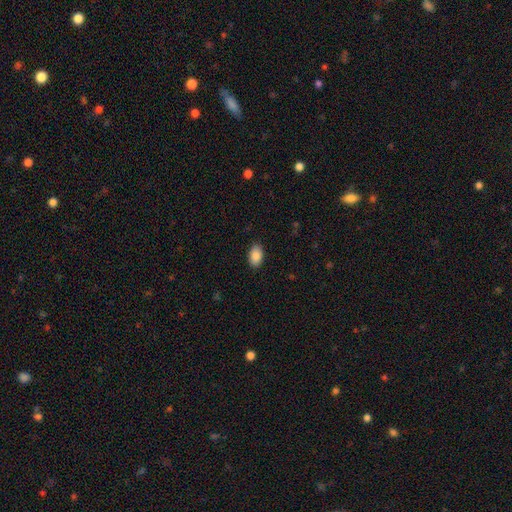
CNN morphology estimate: type=smooth (87%); roundness=in between (92%); merging=none (88%).